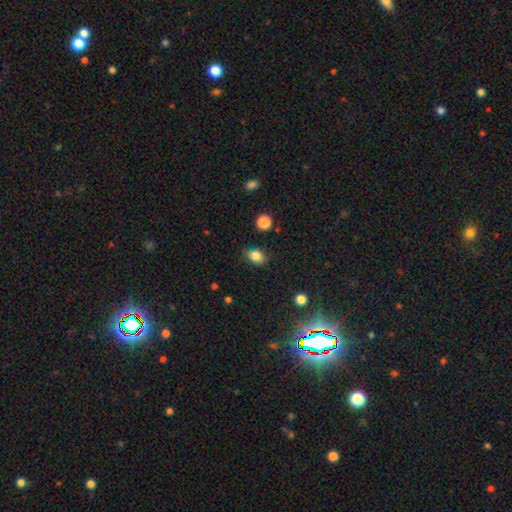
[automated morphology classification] Overall: smooth (82%). How rounded: in between (66%; round 33%). Merging: none (74%).